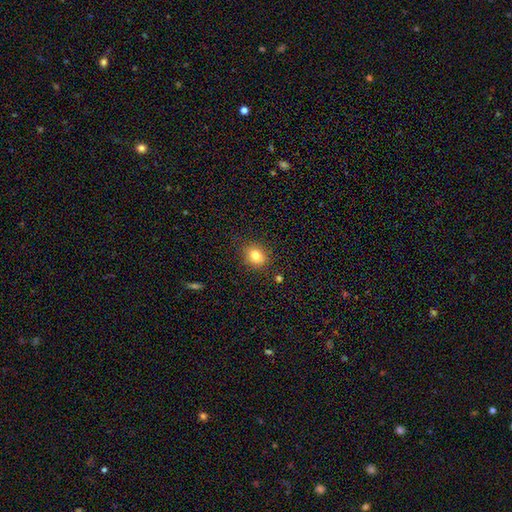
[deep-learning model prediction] Smooth or featured: smooth — 81% (star or artifact — 11%)
How rounded: round — 63% (in between — 36%)
Merging: none — 85% (minor disturbance — 10%)